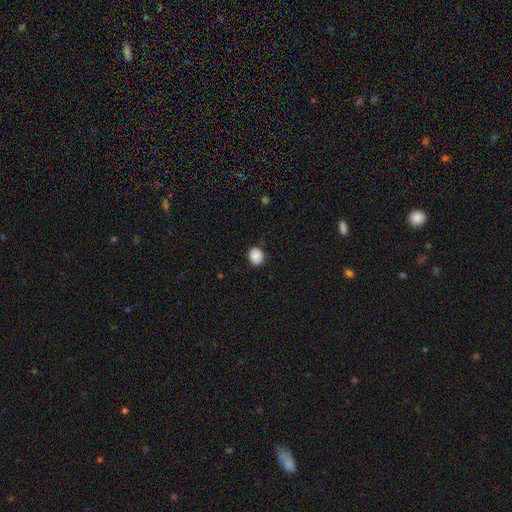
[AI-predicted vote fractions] Smooth or featured: smooth — 88% (star or artifact — 8%)
How rounded: round — 61% (in between — 38%)
Merging: none — 85% (minor disturbance — 12%)